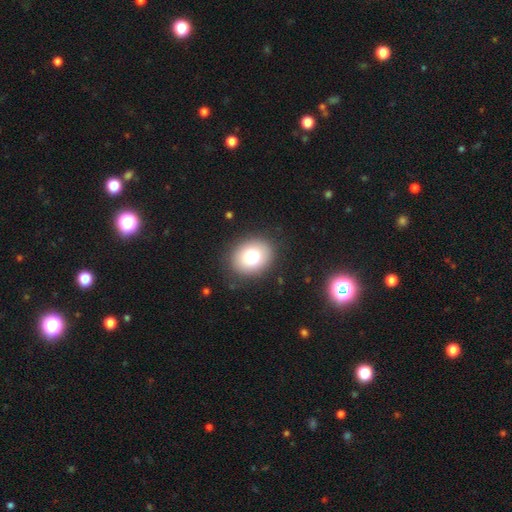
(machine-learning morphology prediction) The model was most divided on "how rounded": in between: 54%, round: 45%, cigar-shaped: 1%. More confident: merging — none (87%); smooth or featured — smooth (78%).